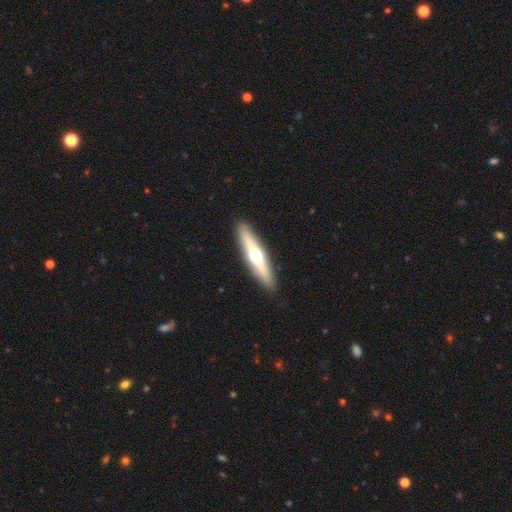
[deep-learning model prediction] Smooth or featured?
  - featured or disk: 57% *
  - smooth: 38%
  - star or artifact: 5%
Edge-on disk?
  - yes: 93% *
  - no: 7%
Edge-on bulge?
  - rounded: 93% *
  - none: 4%
  - boxy: 2%
Merging?
  - none: 92% *
  - minor disturbance: 6%
  - major disturbance: 1%
  - merger: 1%